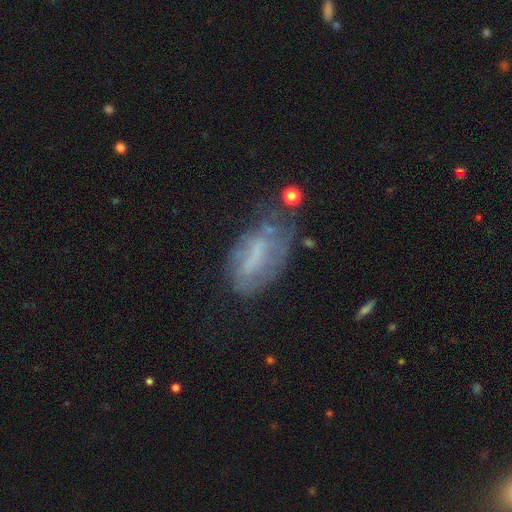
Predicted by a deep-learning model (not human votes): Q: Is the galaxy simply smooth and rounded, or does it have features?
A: featured or disk — 47%.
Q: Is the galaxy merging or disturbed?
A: none — 41%.